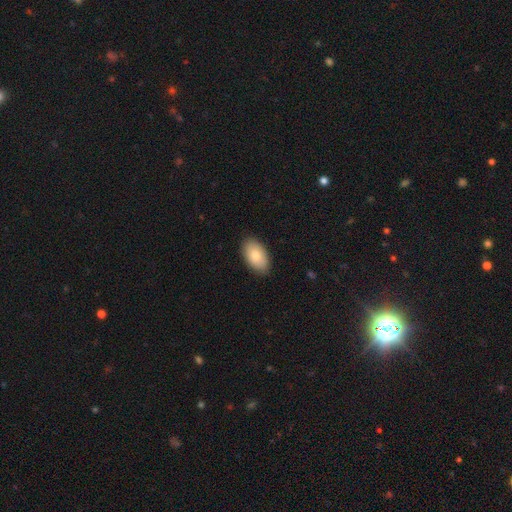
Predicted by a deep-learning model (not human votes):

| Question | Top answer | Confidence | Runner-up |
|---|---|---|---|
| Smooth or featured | smooth | 82% | featured or disk (12%) |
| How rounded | in between | 94% | round (4%) |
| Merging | none | 87% | minor disturbance (10%) |